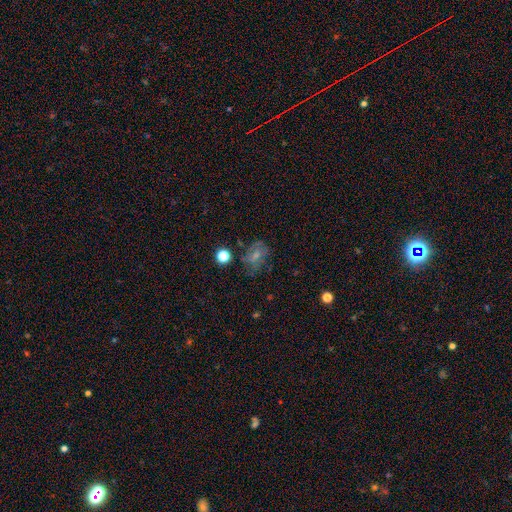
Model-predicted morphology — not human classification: Smooth or featured? smooth (49%)
Merging? none (54%)